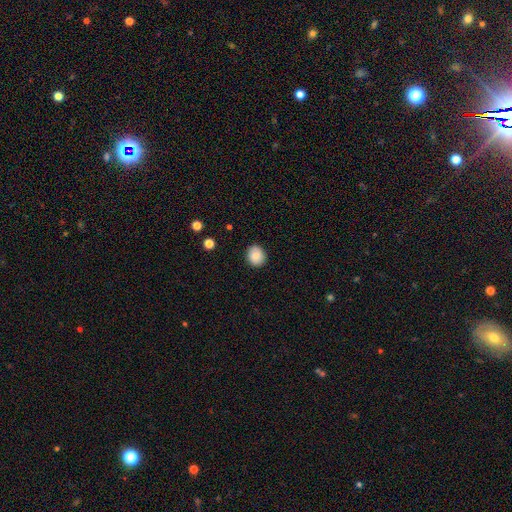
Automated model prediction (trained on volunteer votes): A smooth galaxy with no disk features (84%) that is round (76%). Merging: none (89%).